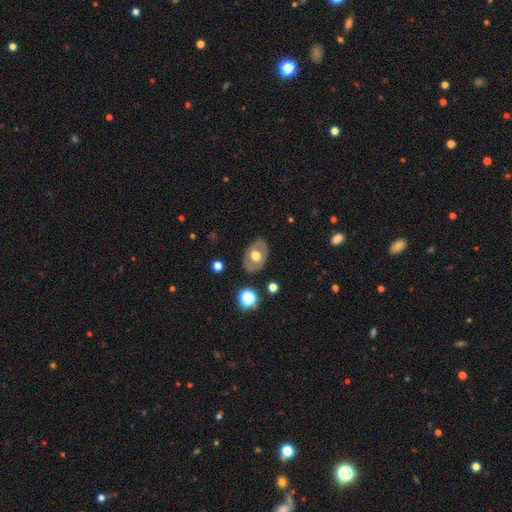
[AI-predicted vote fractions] featured or disk 49%, smooth 44%, star or artifact 7%. Down the decision tree: merging — none (81%).